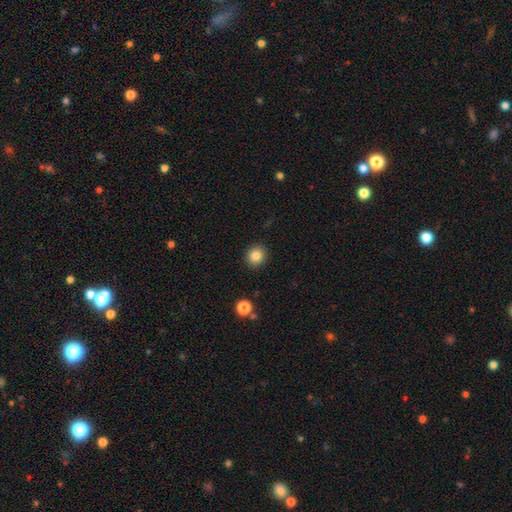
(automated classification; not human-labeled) Q: Smooth or featured?
A: smooth (84%); runner-up: star or artifact (10%)
Q: How rounded?
A: round (85%); runner-up: in between (14%)
Q: Merging?
A: none (91%); runner-up: minor disturbance (6%)